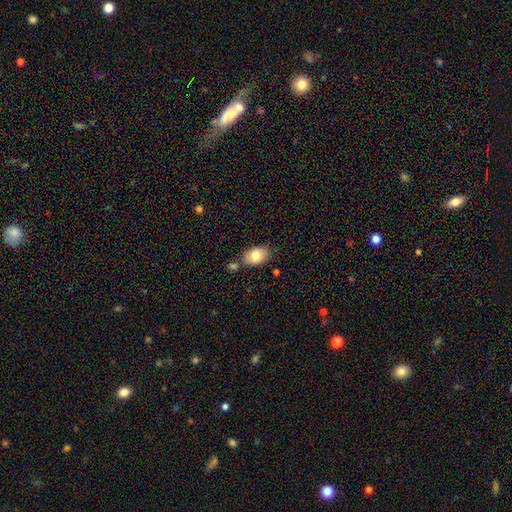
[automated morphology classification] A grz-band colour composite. It shows a smooth galaxy with no disk features (82%) that is in between round and cigar-shaped (86%). Merging: none (70%).